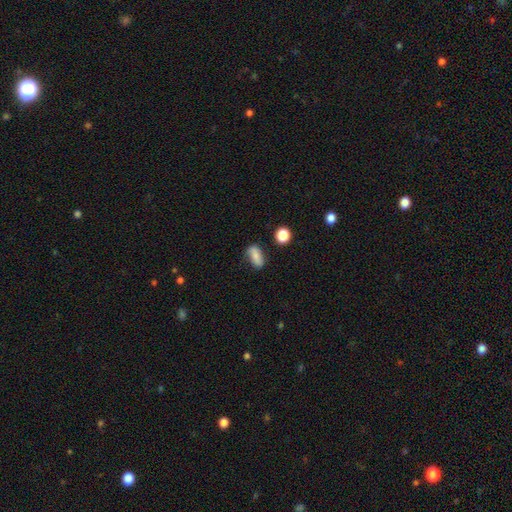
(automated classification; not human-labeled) Smooth or featured?
  - smooth: 74% *
  - featured or disk: 16%
  - star or artifact: 10%
How rounded?
  - in between: 82% *
  - cigar-shaped: 9%
  - round: 8%
Merging?
  - none: 66% *
  - minor disturbance: 24%
  - major disturbance: 6%
  - merger: 3%